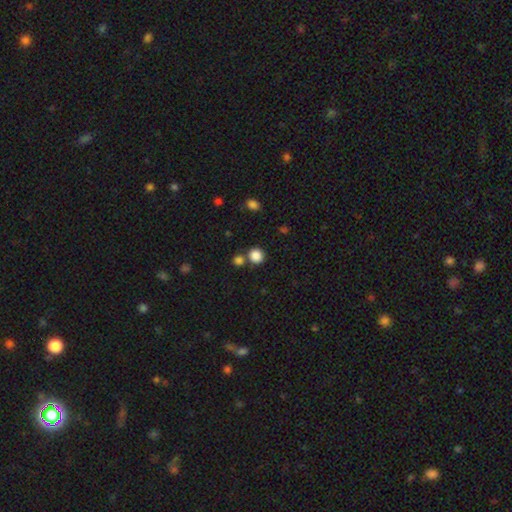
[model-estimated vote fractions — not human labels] A smooth galaxy with no disk features (86%) that is round (87%). Merging: none (71%).